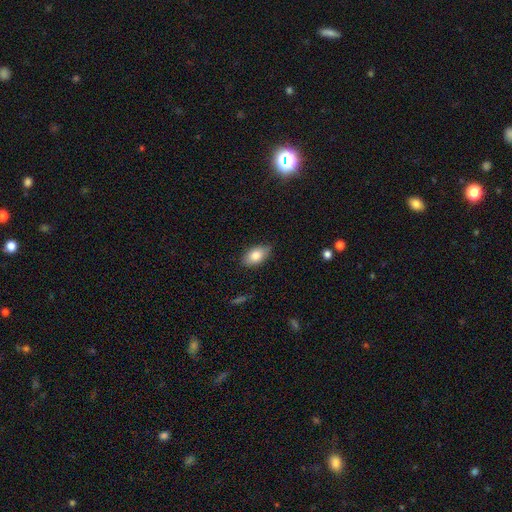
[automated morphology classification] type=smooth (80%); roundness=in between (91%); merging=none (82%).